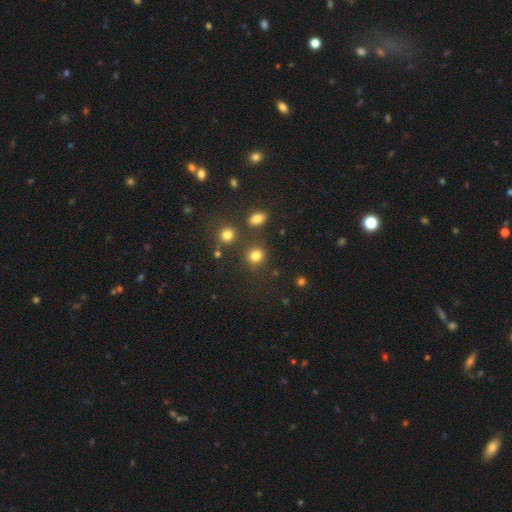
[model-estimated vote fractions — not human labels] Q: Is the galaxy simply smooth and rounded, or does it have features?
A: smooth — 81%.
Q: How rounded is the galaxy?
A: round — 84%.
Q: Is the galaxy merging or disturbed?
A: none — 78%.